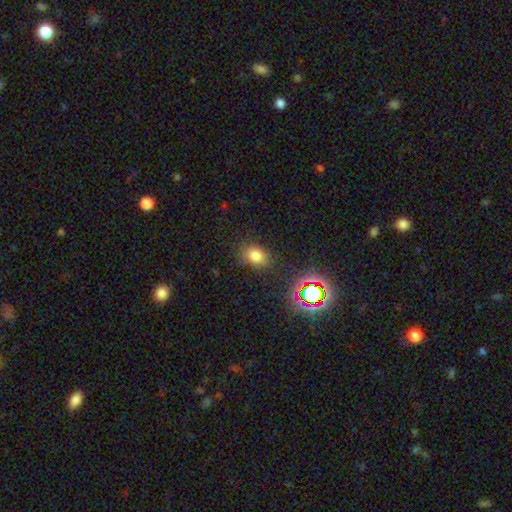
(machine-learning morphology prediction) Smooth or featured: smooth — 76% (star or artifact — 17%)
How rounded: in between — 62% (round — 37%)
Merging: none — 78% (minor disturbance — 15%)